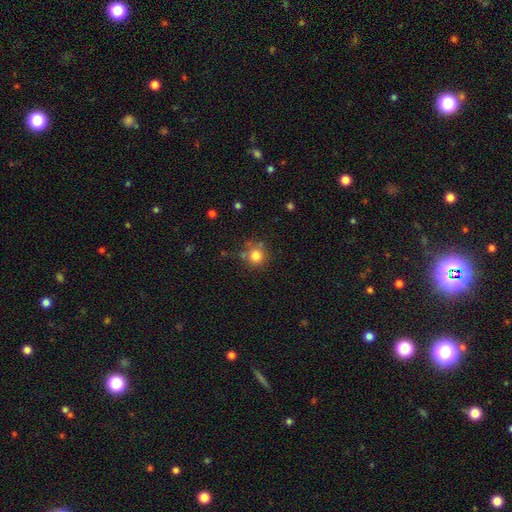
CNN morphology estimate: The model was most divided on "merging": none: 74%, minor disturbance: 13%, merger: 8%, major disturbance: 4%. More confident: how rounded — round (92%); smooth or featured — smooth (81%).